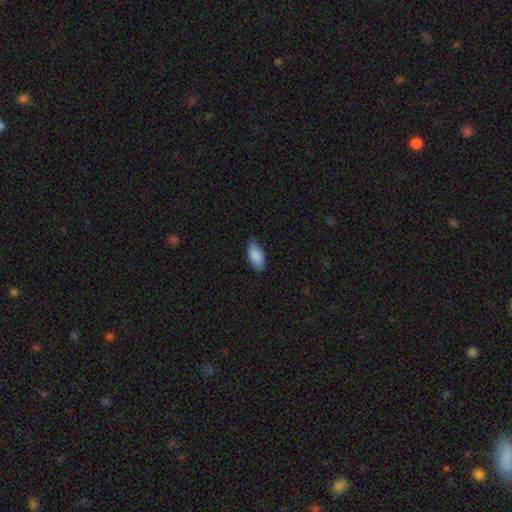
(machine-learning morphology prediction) smooth 89%, star or artifact 6%, featured or disk 5%. Down the decision tree: how rounded — in between (90%); merging — none (74%).